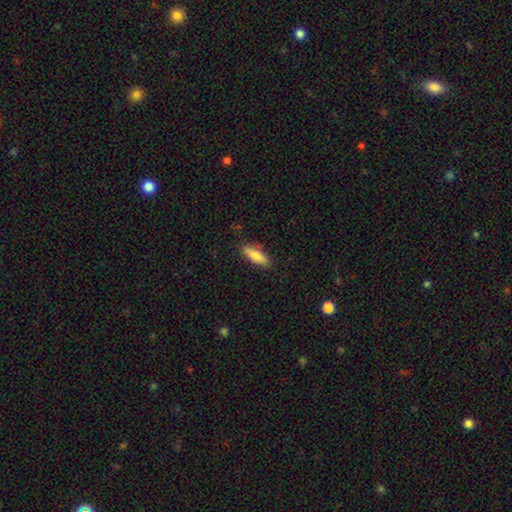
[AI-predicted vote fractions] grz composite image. It shows a smooth galaxy with no disk features (80%) that is in between round and cigar-shaped (52%). Merging: none (84%).